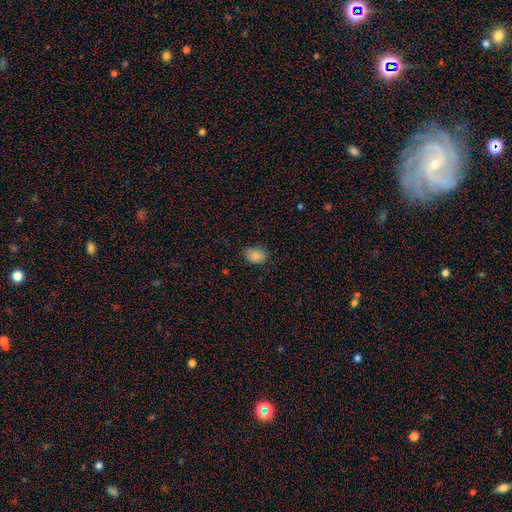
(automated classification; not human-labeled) smooth-or-featured: smooth: 86% | star or artifact: 9% | featured or disk: 5%
  how-rounded: in between: 66% | round: 33% | cigar-shaped: 1%
  merging: none: 79% | minor disturbance: 17% | major disturbance: 3% | merger: 1%